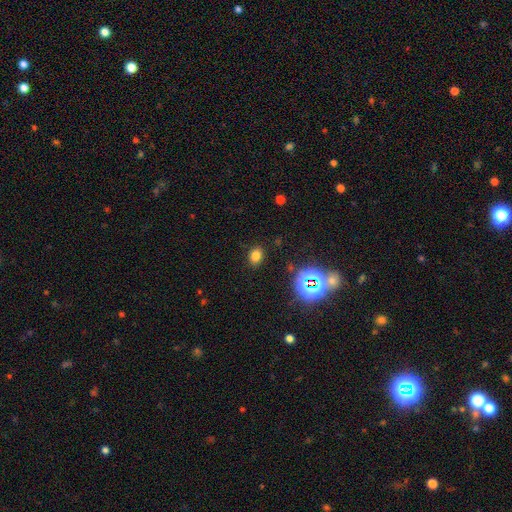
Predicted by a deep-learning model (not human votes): A smooth galaxy with no disk features (72%) that is in between round and cigar-shaped (67%). Merging: none (86%).